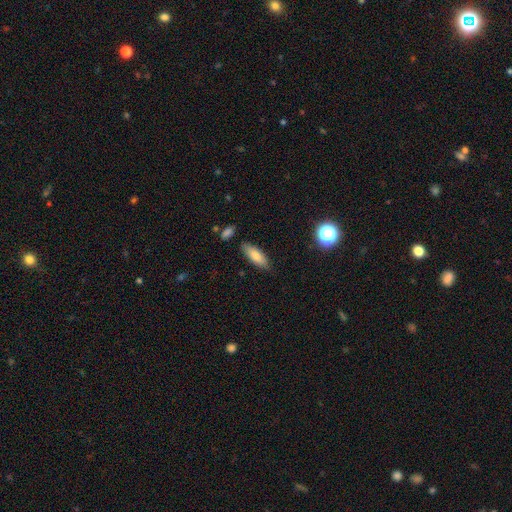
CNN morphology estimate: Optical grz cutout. It shows a smooth galaxy with no disk features (80%) that is in between round and cigar-shaped (64%). Merging: none (82%).